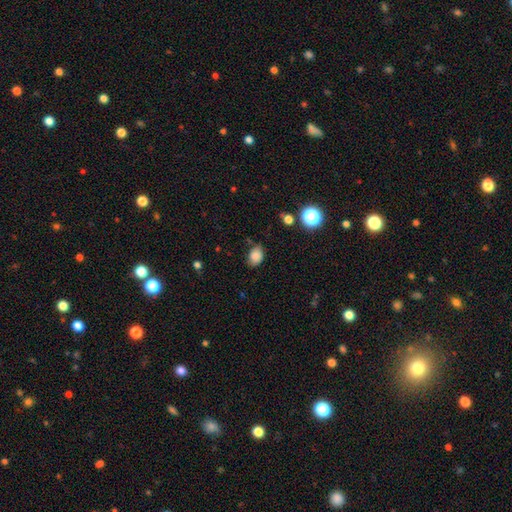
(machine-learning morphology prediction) smooth-or-featured: smooth: 85% | star or artifact: 10% | featured or disk: 5%
  how-rounded: in between: 76% | round: 23% | cigar-shaped: 1%
  merging: none: 72% | minor disturbance: 22% | major disturbance: 4% | merger: 2%